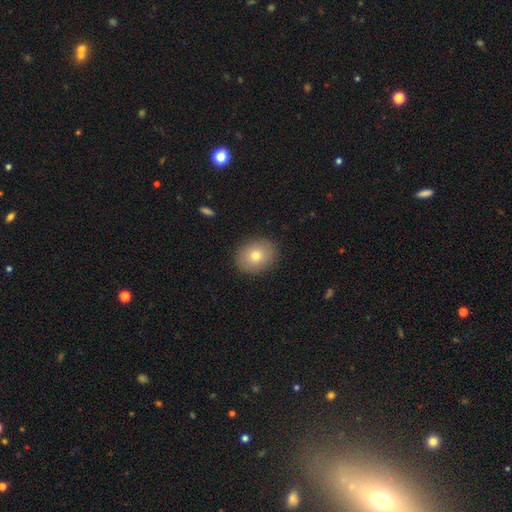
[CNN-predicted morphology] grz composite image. It shows a smooth galaxy with no disk features (78%) that is round (52%). Merging: none (89%).